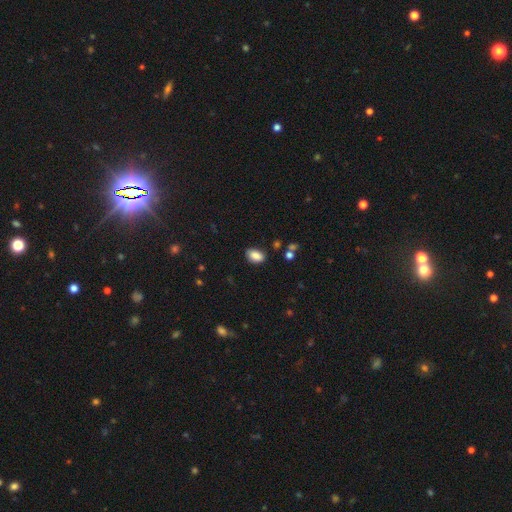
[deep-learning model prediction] Q: Smooth or featured?
A: smooth (87%); runner-up: star or artifact (8%)
Q: How rounded?
A: in between (89%); runner-up: round (9%)
Q: Merging?
A: none (82%); runner-up: minor disturbance (13%)